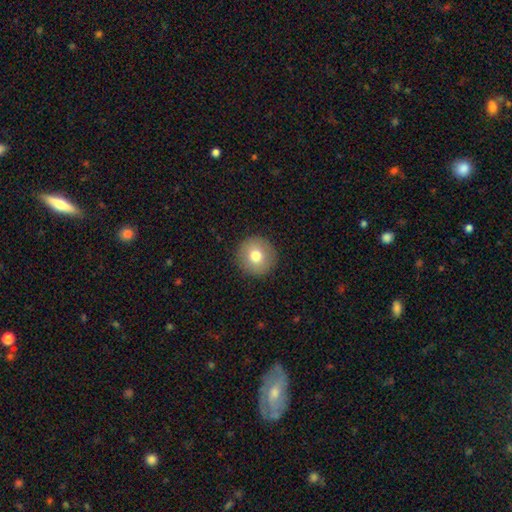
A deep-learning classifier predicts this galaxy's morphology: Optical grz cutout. It shows a smooth galaxy with no disk features (77%) that is round (96%). Merging: none (92%).